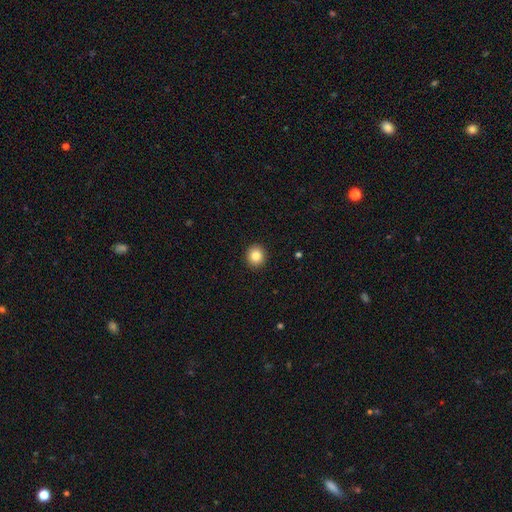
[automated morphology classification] smooth_or_featured: smooth (p=0.85) [alt: star or artifact p=0.10]
how_rounded: round (p=0.87) [alt: in between p=0.12]
merging: none (p=0.92) [alt: minor disturbance p=0.05]